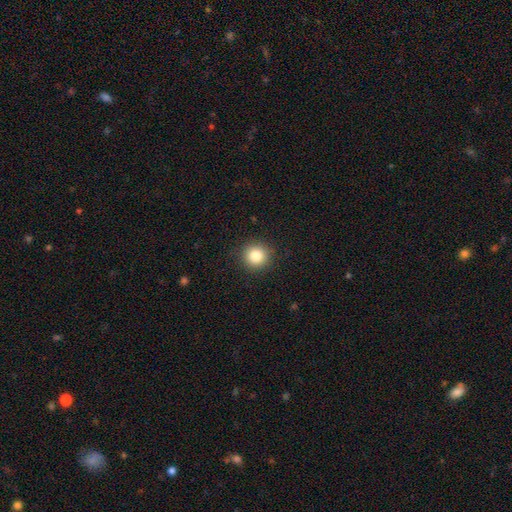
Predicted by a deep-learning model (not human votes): The model was most divided on "smooth or featured": smooth: 84%, star or artifact: 10%, featured or disk: 6%. More confident: how rounded — round (93%); merging — none (91%).